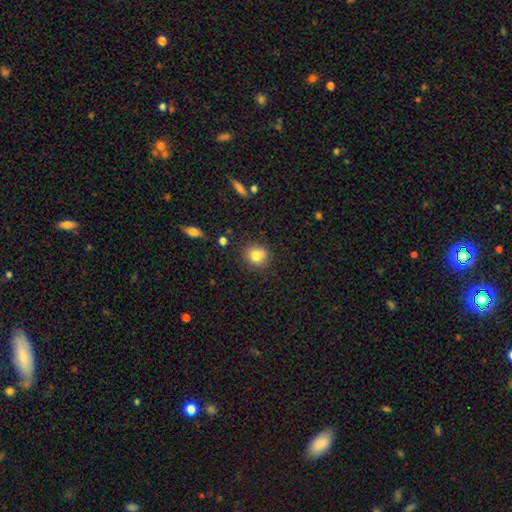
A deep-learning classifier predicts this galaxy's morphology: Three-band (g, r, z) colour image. It shows a smooth galaxy with no disk features (81%) that is round (80%). Merging: none (82%).